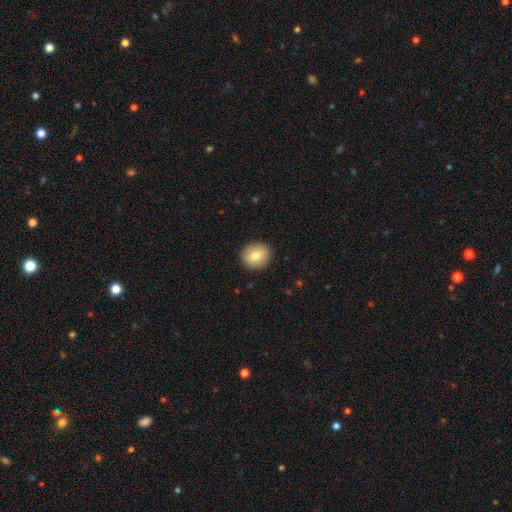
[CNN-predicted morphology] smooth 77%, featured or disk 14%, star or artifact 8%. Down the decision tree: how rounded — round (81%); merging — none (90%).